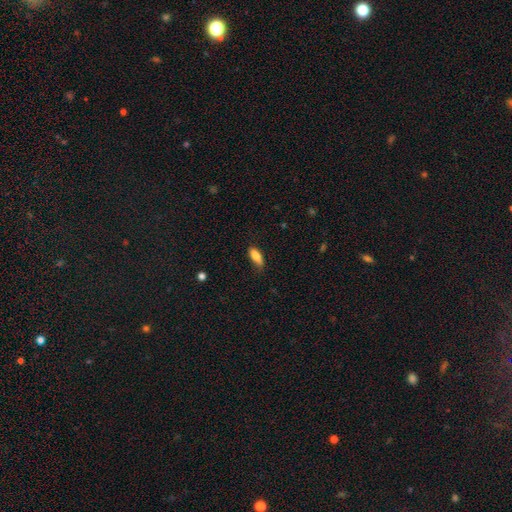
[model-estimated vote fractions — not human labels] A smooth galaxy with no disk features (82%) that is in between round and cigar-shaped (73%).

Vote fractions:
- Smooth or featured? smooth: 82% / featured or disk: 10% / star or artifact: 7%
- How rounded? in between: 73% / cigar-shaped: 25% / round: 3%
- Merging? none: 62% / minor disturbance: 29% / major disturbance: 7% / merger: 2%